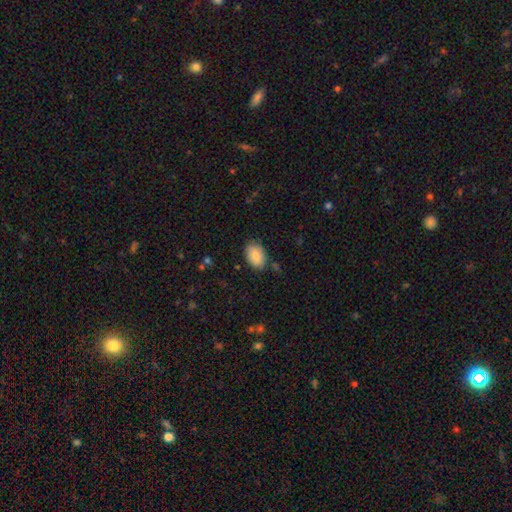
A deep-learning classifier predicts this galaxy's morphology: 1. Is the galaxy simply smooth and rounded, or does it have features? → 84% smooth, 10% featured or disk, 7% star or artifact.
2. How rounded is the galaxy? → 87% in between, 12% round, 1% cigar-shaped.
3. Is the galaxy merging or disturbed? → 78% none, 17% minor disturbance, 3% major disturbance, 3% merger.